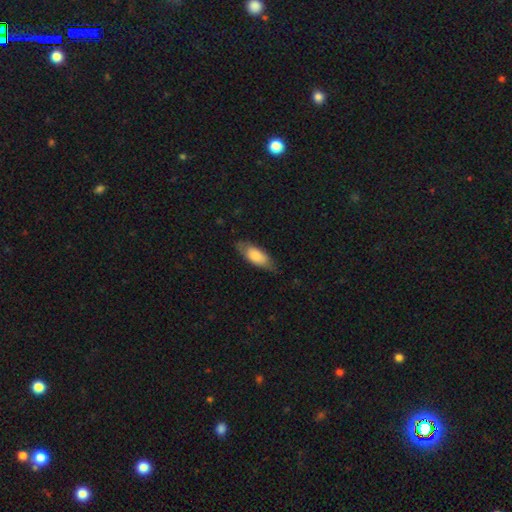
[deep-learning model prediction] Q: Smooth or featured?
A: smooth (78%); runner-up: featured or disk (17%)
Q: How rounded?
A: in between (78%); runner-up: cigar-shaped (20%)
Q: Merging?
A: none (74%); runner-up: minor disturbance (20%)